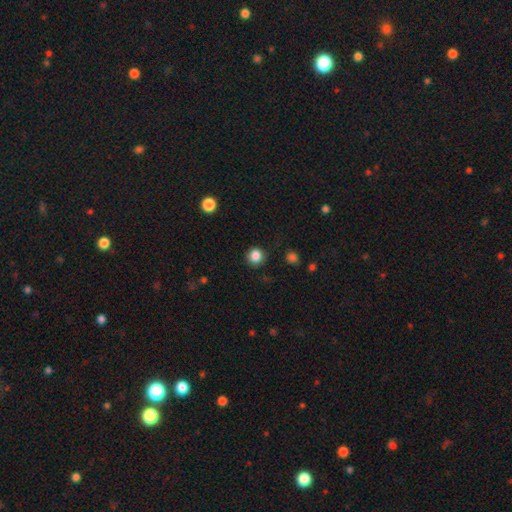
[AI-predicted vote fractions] smooth 85%, star or artifact 11%, featured or disk 4%. Down the decision tree: how rounded — round (93%); merging — none (88%).